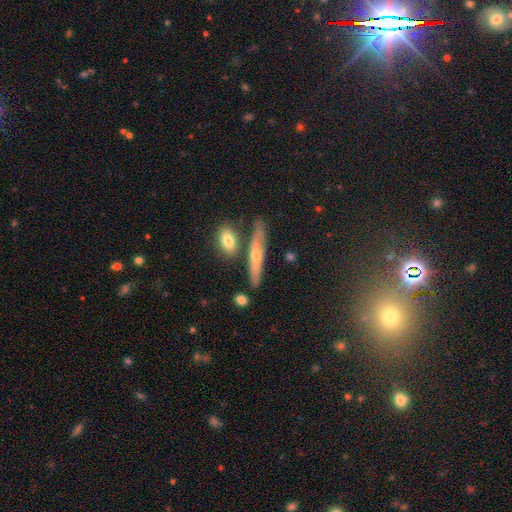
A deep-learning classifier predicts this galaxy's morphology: This appears to be a featured or disk galaxy (49%). Merging: none (74%).